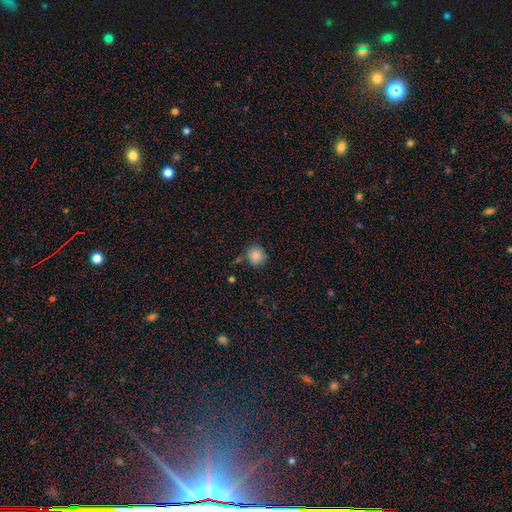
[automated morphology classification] The model was most divided on "merging": none: 81%, minor disturbance: 12%, merger: 4%, major disturbance: 3%. More confident: how rounded — round (92%); smooth or featured — smooth (86%).